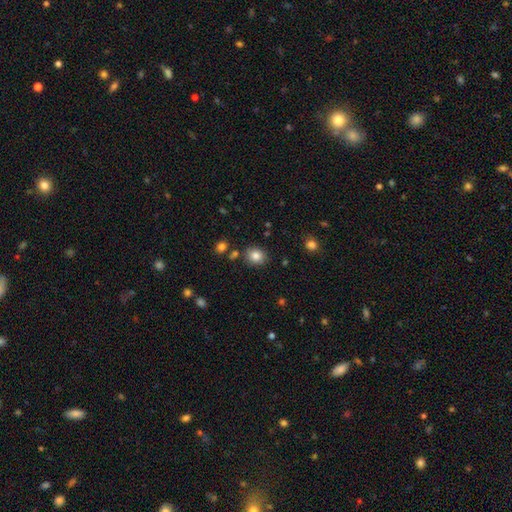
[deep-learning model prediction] Q: Smooth or featured?
A: smooth (83%); runner-up: star or artifact (11%)
Q: How rounded?
A: round (74%); runner-up: in between (25%)
Q: Merging?
A: none (83%); runner-up: minor disturbance (10%)